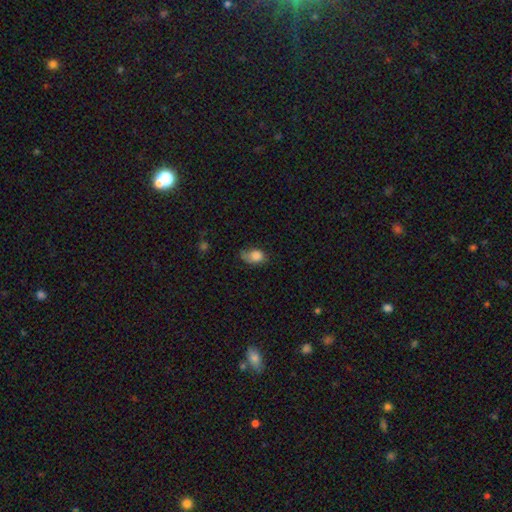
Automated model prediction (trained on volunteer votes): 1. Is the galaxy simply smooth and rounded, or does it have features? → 80% smooth, 11% featured or disk, 9% star or artifact.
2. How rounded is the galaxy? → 79% in between, 20% round, 2% cigar-shaped.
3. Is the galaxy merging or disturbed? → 39% none, 38% minor disturbance, 20% major disturbance, 3% merger.